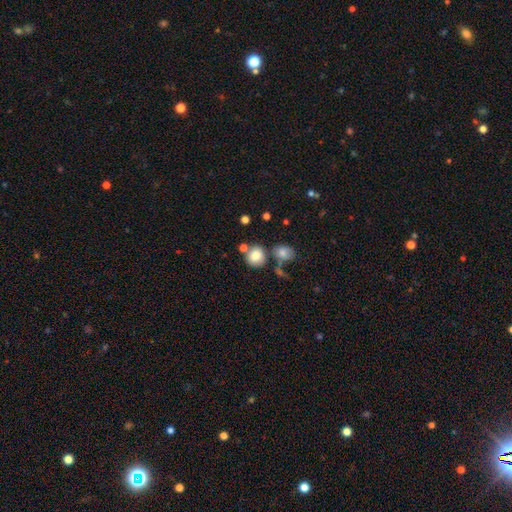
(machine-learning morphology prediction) smooth_or_featured: smooth (p=0.80) [alt: featured or disk p=0.10]
how_rounded: round (p=0.81) [alt: in between p=0.18]
merging: none (p=0.63) [alt: merger p=0.21]